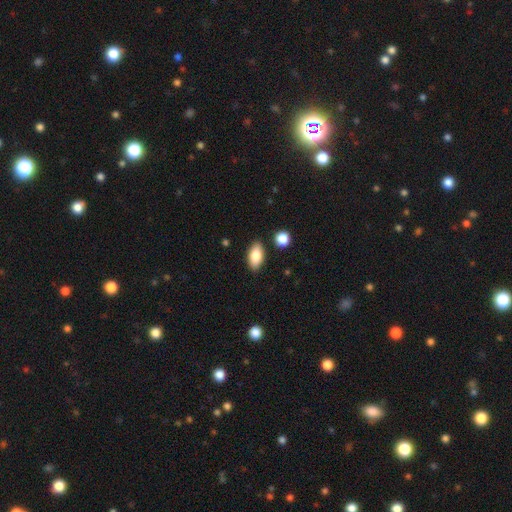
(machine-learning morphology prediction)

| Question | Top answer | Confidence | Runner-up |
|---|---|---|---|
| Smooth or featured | smooth | 83% | featured or disk (10%) |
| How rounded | in between | 91% | cigar-shaped (5%) |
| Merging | none | 86% | minor disturbance (9%) |